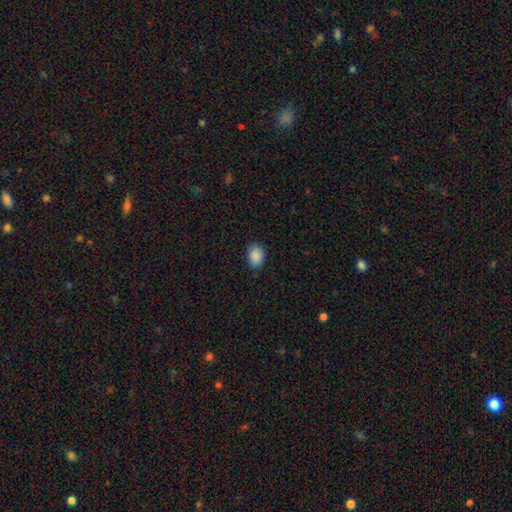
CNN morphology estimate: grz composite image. It shows a smooth galaxy with no disk features (89%) that is in between round and cigar-shaped (78%). Merging: none (86%).